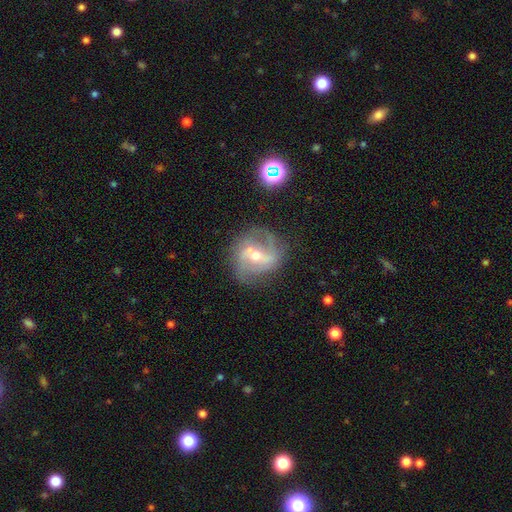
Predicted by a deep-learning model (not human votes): Smooth or featured? featured or disk (82%)
Edge-on disk? no (96%)
Bar? weak (41%)
Spiral arms? yes (92%)
Spiral winding? medium (45%)
Spiral arm count? 2 (77%)
Bulge size? moderate (49%)
Merging? none (72%)